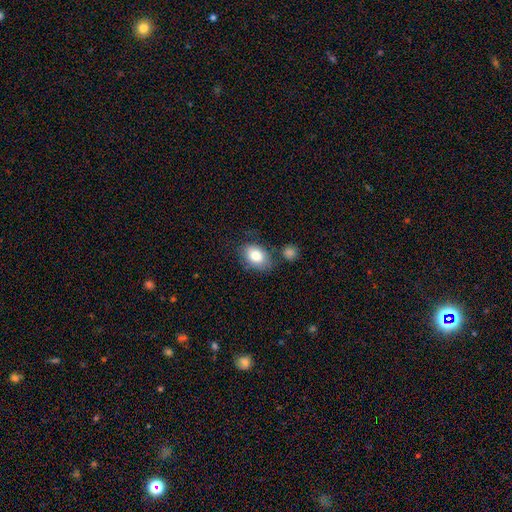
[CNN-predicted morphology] A smooth galaxy with no disk features (83%) that is in between round and cigar-shaped (81%).

Vote fractions:
- Smooth or featured? smooth: 83% / featured or disk: 10% / star or artifact: 7%
- How rounded? in between: 81% / round: 18% / cigar-shaped: 1%
- Merging? none: 66% / minor disturbance: 19% / merger: 9% / major disturbance: 6%